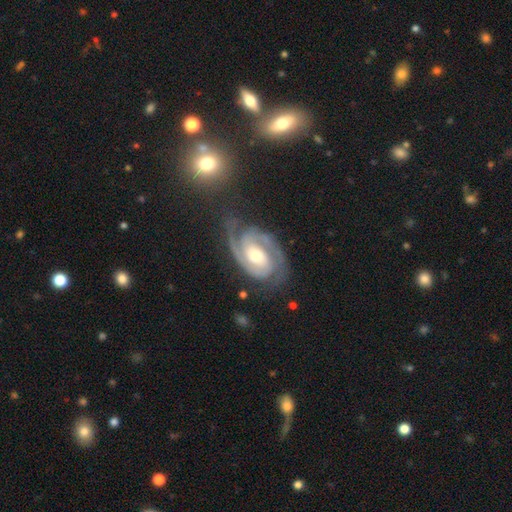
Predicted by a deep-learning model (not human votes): smooth_or_featured: featured or disk (p=0.91) [alt: star or artifact p=0.04]
disk_edge_on: no (p=0.97) [alt: yes p=0.03]
bar: no (p=0.44) [alt: weak p=0.37]
has_spiral_arms: yes (p=0.98) [alt: no p=0.02]
spiral_winding: tight (p=0.59) [alt: medium p=0.36]
spiral_arm_count: 2 (p=0.84) [alt: 3 p=0.07]
bulge_size: moderate (p=0.66) [alt: small p=0.20]
merging: none (p=0.72) [alt: minor disturbance p=0.18]